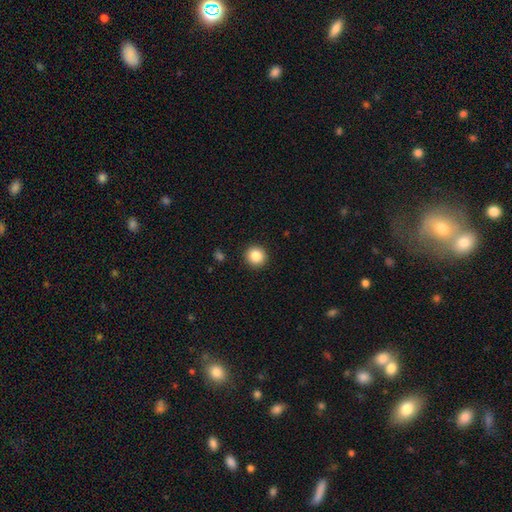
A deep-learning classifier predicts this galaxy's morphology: A smooth galaxy with no disk features (86%) that is round (93%).

Vote fractions:
- Smooth or featured? smooth: 86% / star or artifact: 9% / featured or disk: 5%
- How rounded? round: 93% / in between: 6% / cigar-shaped: 1%
- Merging? none: 92% / minor disturbance: 5% / major disturbance: 2% / merger: 1%